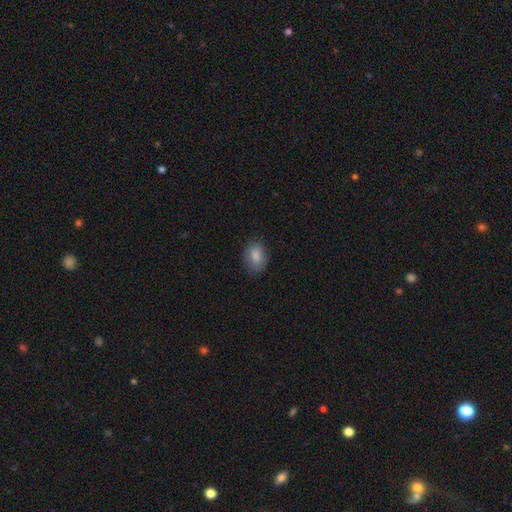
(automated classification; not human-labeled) The model was most divided on "how rounded": in between: 74%, round: 24%, cigar-shaped: 1%. More confident: smooth or featured — smooth (84%); merging — none (79%).